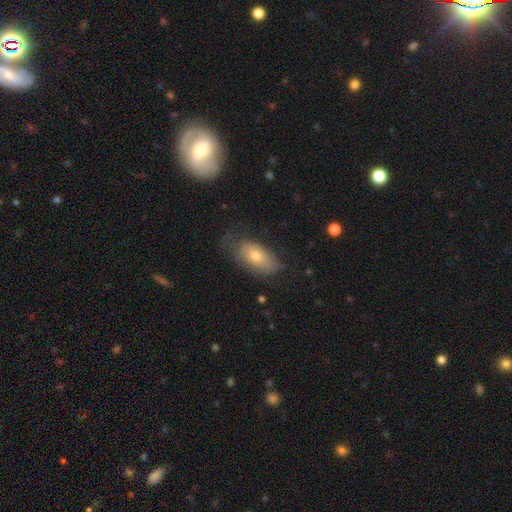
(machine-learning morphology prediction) smooth-or-featured: smooth: 65% | featured or disk: 28% | star or artifact: 8%
  how-rounded: in between: 91% | cigar-shaped: 5% | round: 5%
  merging: none: 58% | minor disturbance: 27% | major disturbance: 13% | merger: 2%